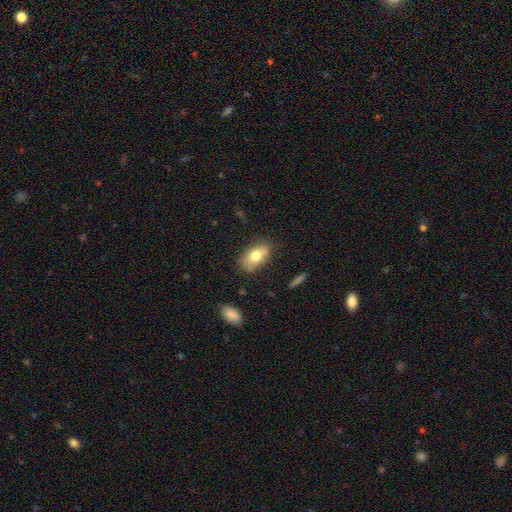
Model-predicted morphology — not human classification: The model was most divided on "smooth or featured": smooth: 74%, featured or disk: 19%, star or artifact: 7%. More confident: how rounded — in between (90%); merging — none (76%).